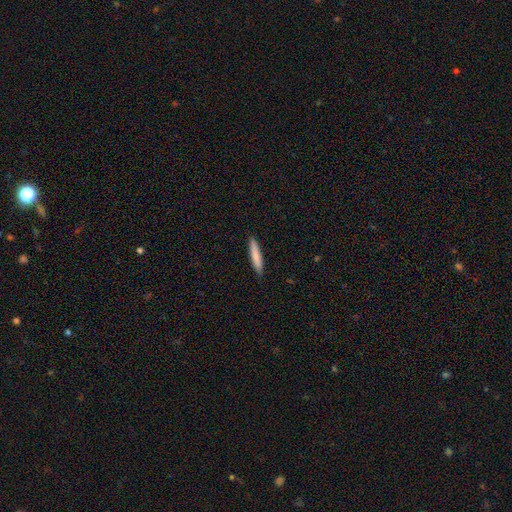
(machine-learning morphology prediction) This appears to be a smooth galaxy with no disk features (80%) that is cigar-shaped (91%). Merging: none (90%).